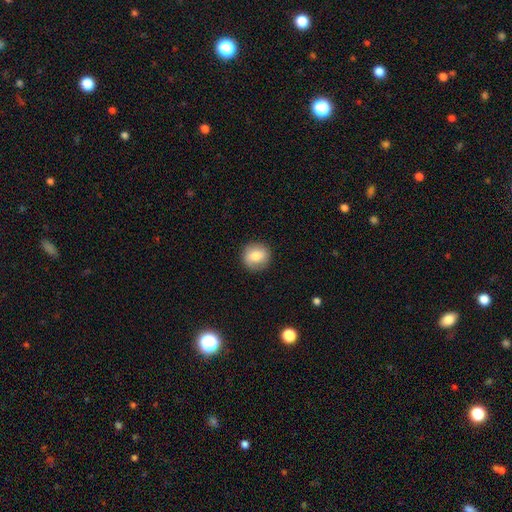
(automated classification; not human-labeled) Smooth or featured? Predicted: smooth (p=0.78). How rounded? Predicted: round (p=0.91). Merging? Predicted: none (p=0.90).